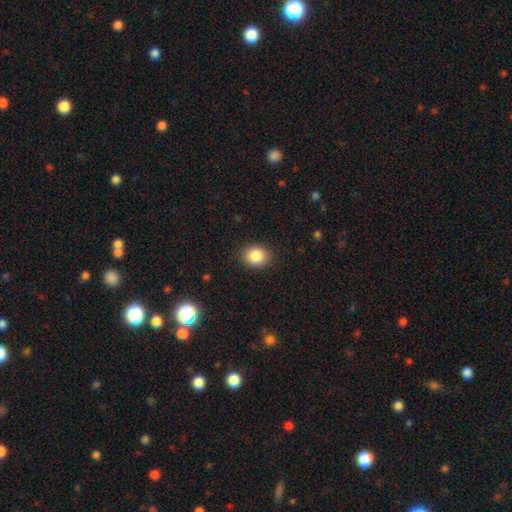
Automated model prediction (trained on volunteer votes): A smooth galaxy with no disk features (86%) that is round (65%).

Vote fractions:
- Smooth or featured? smooth: 86% / star or artifact: 9% / featured or disk: 5%
- How rounded? round: 65% / in between: 34% / cigar-shaped: 1%
- Merging? none: 89% / minor disturbance: 8% / major disturbance: 2% / merger: 1%